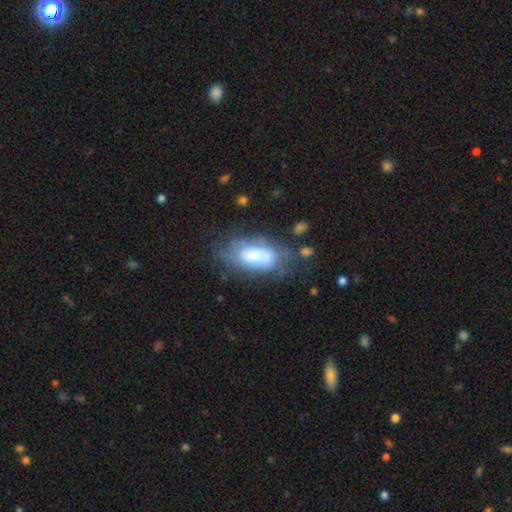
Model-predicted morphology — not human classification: Smooth or featured: smooth — 53% (featured or disk — 39%)
How rounded: in between — 89% (cigar-shaped — 7%)
Merging: none — 50% (minor disturbance — 27%)